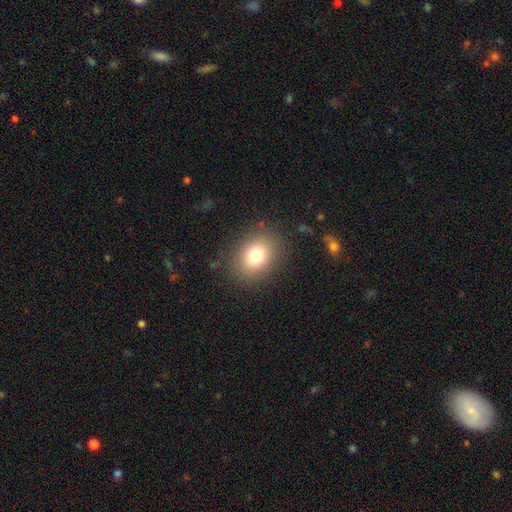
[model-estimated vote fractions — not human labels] Smooth or featured? smooth (78%)
How rounded? in between (59%)
Merging? none (85%)